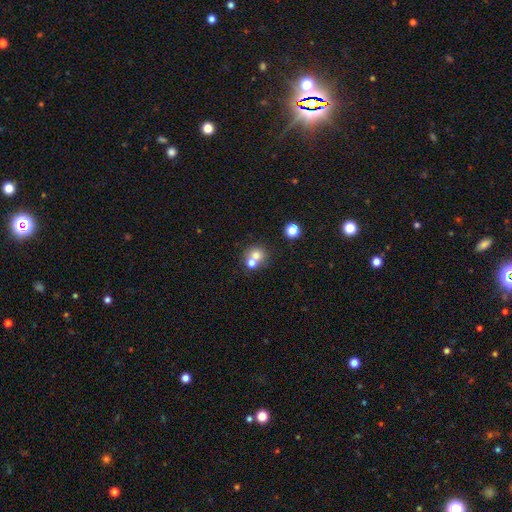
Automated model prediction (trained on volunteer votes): Smooth or featured? Predicted: smooth (p=0.71). How rounded? Predicted: round (p=0.84). Merging? Predicted: none (p=0.45, tied with merger).